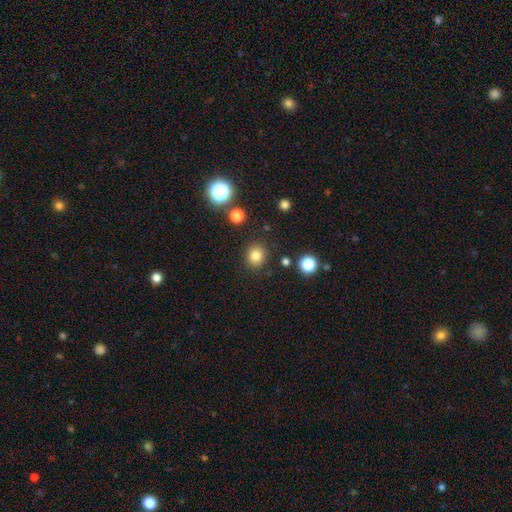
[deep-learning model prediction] This appears to be a smooth galaxy with no disk features (81%) that is round (82%). Merging: none (88%).